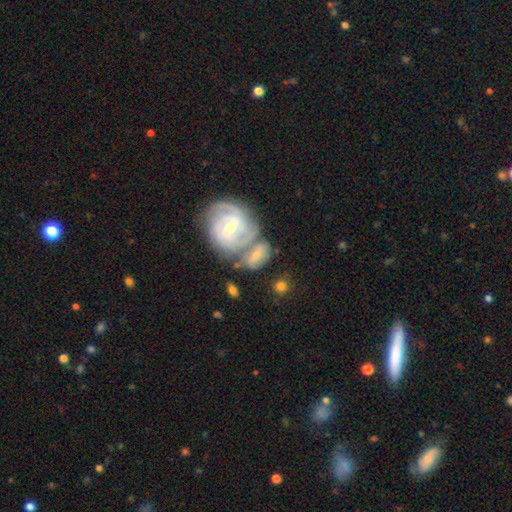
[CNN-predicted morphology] Smooth or featured?
  - featured or disk: 59% *
  - smooth: 34%
  - star or artifact: 8%
Edge-on disk?
  - no: 96% *
  - yes: 4%
Bar?
  - weak: 48% *
  - strong: 27%
  - no: 25%
Spiral arms?
  - yes: 83% *
  - no: 17%
Bulge size?
  - small: 49% *
  - moderate: 43%
  - none: 3%
  - large: 3%
  - dominant: 1%
Merging?
  - merger: 45% *
  - none: 33%
  - minor disturbance: 14%
  - major disturbance: 8%